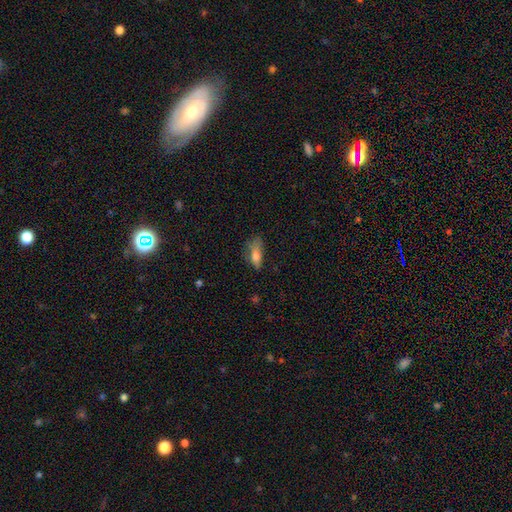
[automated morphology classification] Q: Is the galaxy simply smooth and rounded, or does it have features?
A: smooth — 74%.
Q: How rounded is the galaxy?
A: in between — 69%.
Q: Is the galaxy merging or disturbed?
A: none — 40%.